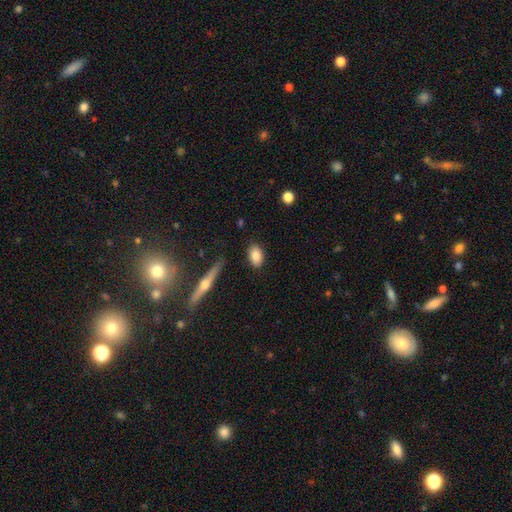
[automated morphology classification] Smooth or featured? Predicted: smooth (p=0.85). How rounded? Predicted: in between (p=0.87). Merging? Predicted: none (p=0.86).